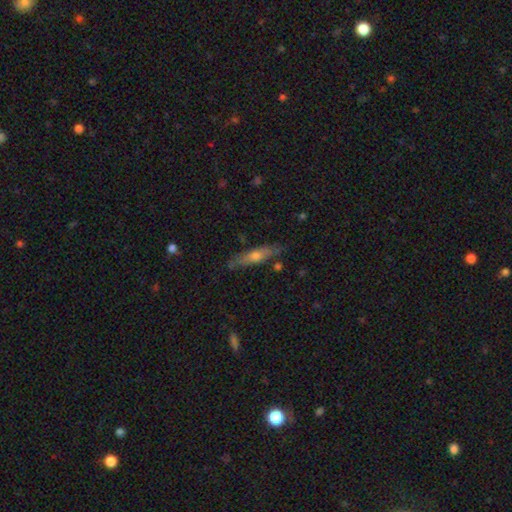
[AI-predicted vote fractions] smooth-or-featured: featured or disk: 48% | smooth: 46% | star or artifact: 7%
  merging: none: 81% | minor disturbance: 14% | major disturbance: 3% | merger: 3%